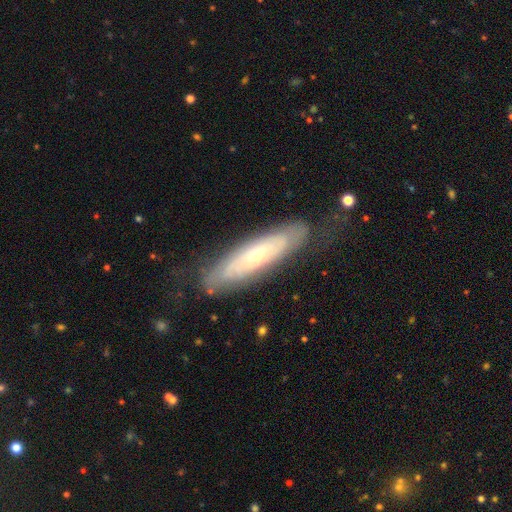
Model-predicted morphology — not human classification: A featured or disk galaxy (64%). Merging: none (72%).